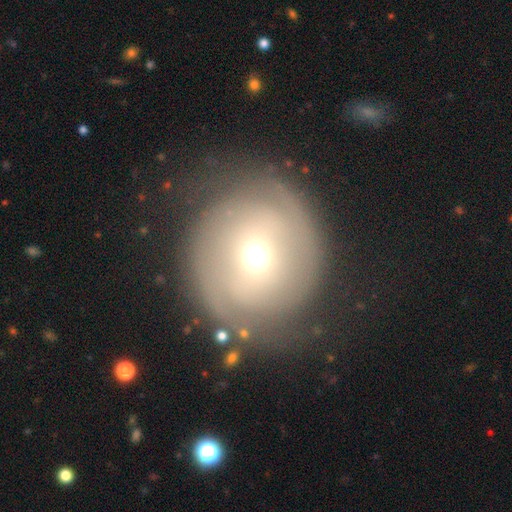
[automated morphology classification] A featured or disk galaxy (62%) with no bar (66%), spiral arms (74%) and a small central bulge (48%).

Vote fractions:
- Smooth or featured? featured or disk: 62% / smooth: 30% / star or artifact: 9%
- Edge-on disk? no: 96% / yes: 4%
- Bar? no: 66% / weak: 25% / strong: 9%
- Spiral arms? yes: 74% / no: 26%
- Bulge size? small: 48% / moderate: 46% / large: 4% / dominant: 1% / none: 1%
- Merging? none: 73% / minor disturbance: 16% / major disturbance: 9% / merger: 2%